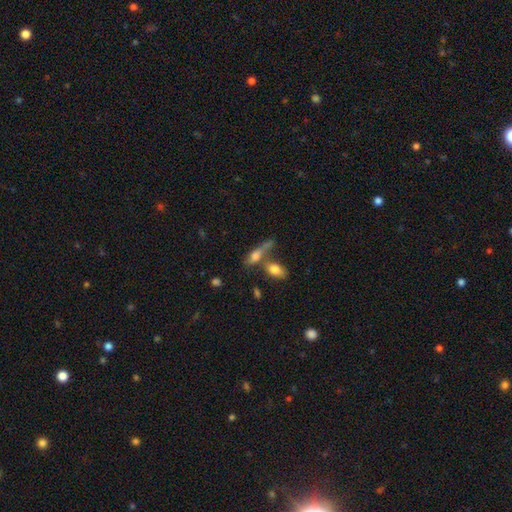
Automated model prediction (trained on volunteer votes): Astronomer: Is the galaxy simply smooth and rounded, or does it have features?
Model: smooth — 69%.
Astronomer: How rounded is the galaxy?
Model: in between — 69%.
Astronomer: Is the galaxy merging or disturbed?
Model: merger — 44% (runner-up: none, 34%).